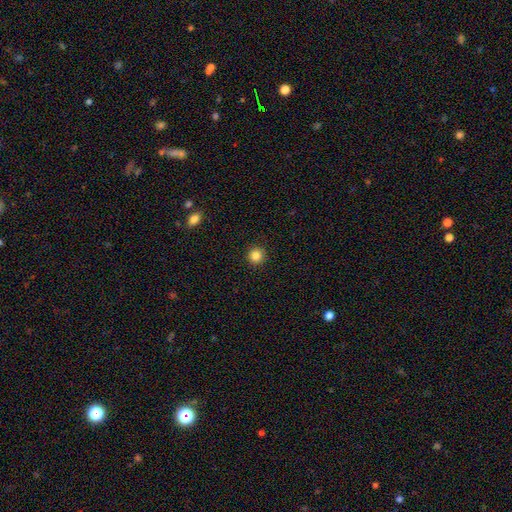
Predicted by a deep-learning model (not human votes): smooth 85%, star or artifact 11%, featured or disk 4%. Down the decision tree: how rounded — round (95%); merging — none (92%).